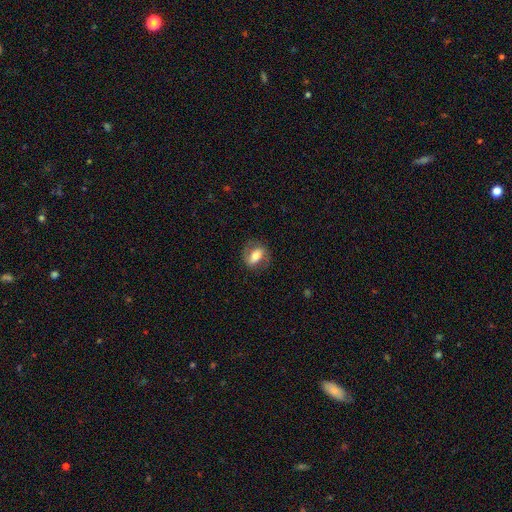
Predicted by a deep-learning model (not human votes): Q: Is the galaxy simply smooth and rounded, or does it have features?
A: smooth — 52%.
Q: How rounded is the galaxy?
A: in between — 72%.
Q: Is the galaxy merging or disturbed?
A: none — 74%.